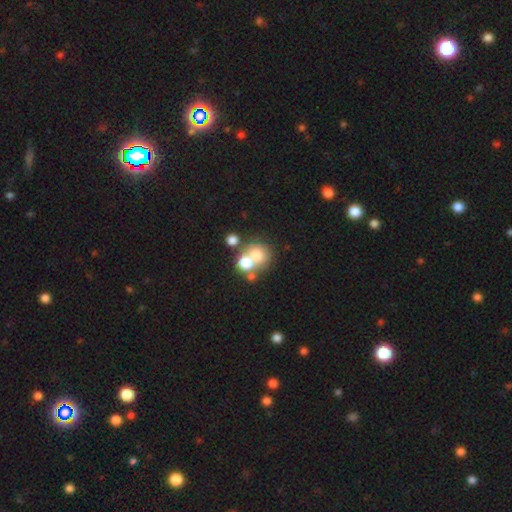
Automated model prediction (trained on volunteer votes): This is likely a smooth galaxy (68%). How rounded: likely round (79%). Merging: possibly merger (49%).